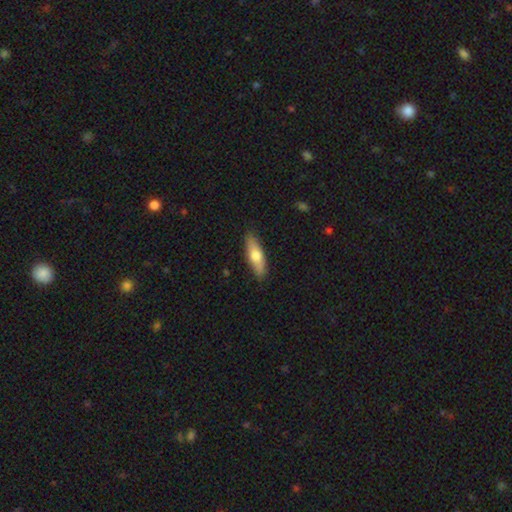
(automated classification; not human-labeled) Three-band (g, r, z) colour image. It shows a smooth galaxy with no disk features (63%) that is cigar-shaped (51%). Merging: none (87%).